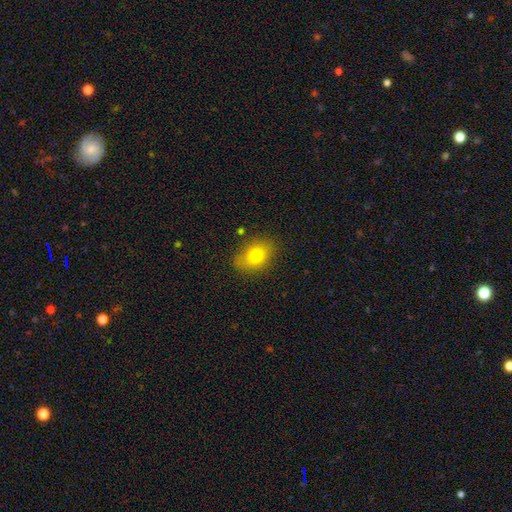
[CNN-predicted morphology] This appears to be a smooth galaxy with no disk features (78%) that is in between round and cigar-shaped (69%). Merging: none (80%).